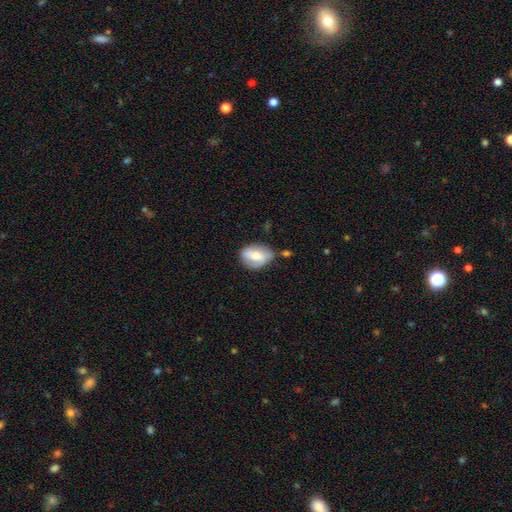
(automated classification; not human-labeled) smooth-or-featured: smooth: 57% | featured or disk: 36% | star or artifact: 7%
  how-rounded: in between: 67% | round: 31% | cigar-shaped: 2%
  merging: none: 59% | minor disturbance: 27% | merger: 7% | major disturbance: 7%